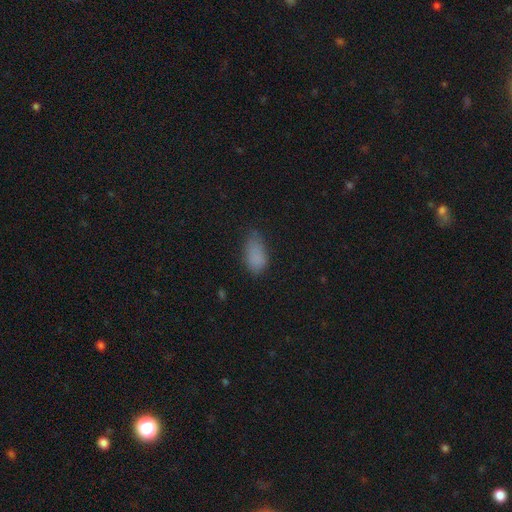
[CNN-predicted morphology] Smooth or featured? smooth (82%)
How rounded? in between (91%)
Merging? none (55%)